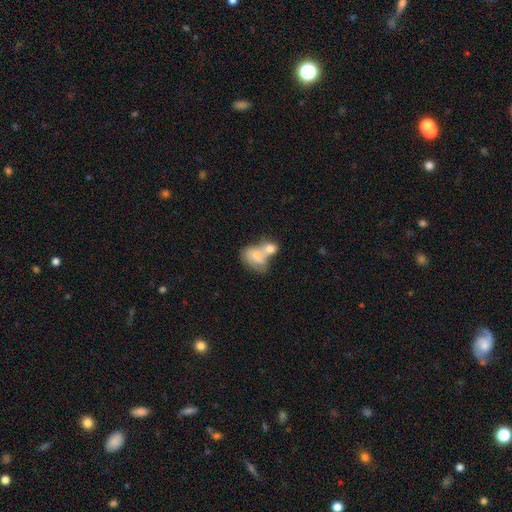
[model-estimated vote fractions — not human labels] smooth 61%, featured or disk 31%, star or artifact 7%. Down the decision tree: how rounded — in between (71%); merging — merger (68%).